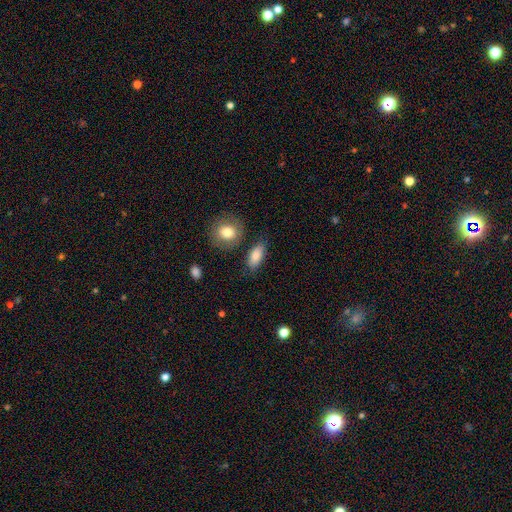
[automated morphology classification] Smooth or featured: smooth — 84% (featured or disk — 9%)
How rounded: in between — 85% (cigar-shaped — 8%)
Merging: none — 76% (minor disturbance — 14%)